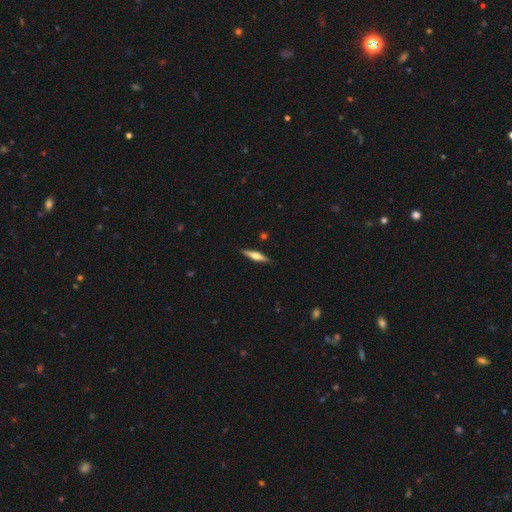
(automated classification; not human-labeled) featured or disk 55%, smooth 39%, star or artifact 6%. Down the decision tree: edge-on disk — yes (96%); edge-on bulge — rounded (87%); merging — none (89%).